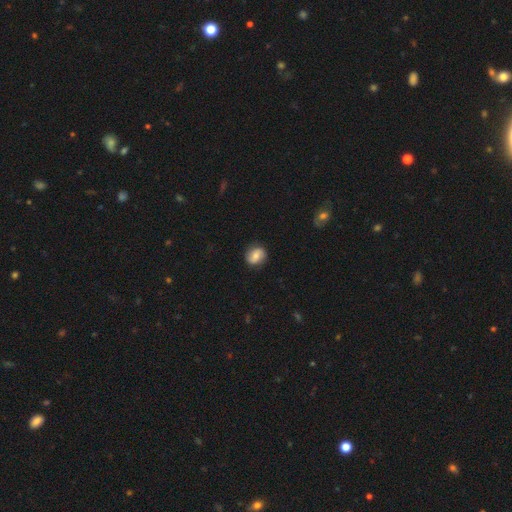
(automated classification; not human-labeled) Morphology: type=smooth (59%); roundness=round (61%); merging=none (83%).